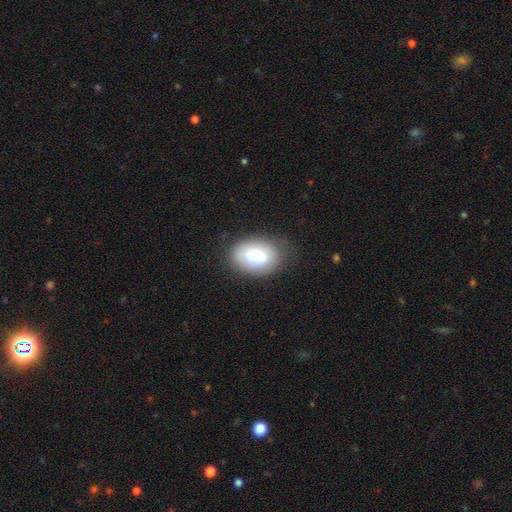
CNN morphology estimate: This is likely a smooth galaxy (78%). How rounded: clearly in between (81%). Merging: likely none (71%).